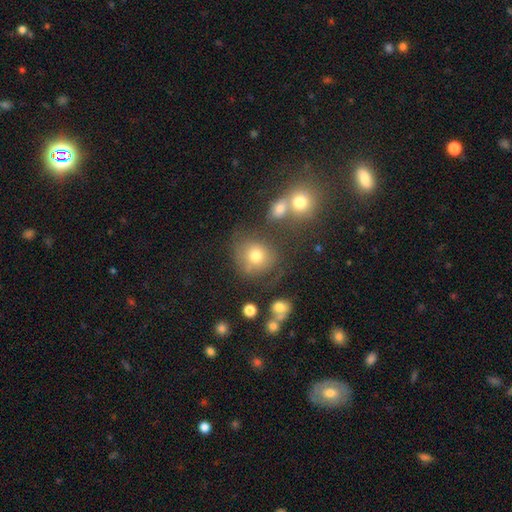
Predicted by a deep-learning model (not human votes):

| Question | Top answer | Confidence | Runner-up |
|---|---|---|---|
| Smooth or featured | smooth | 73% | featured or disk (14%) |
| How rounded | round | 81% | in between (18%) |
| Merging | none | 57% | minor disturbance (18%) |